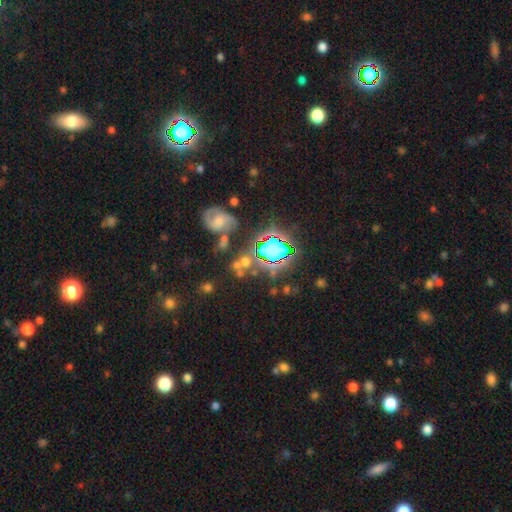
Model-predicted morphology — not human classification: The model was most divided on "smooth or featured": star or artifact: 80%, smooth: 12%, featured or disk: 8%.